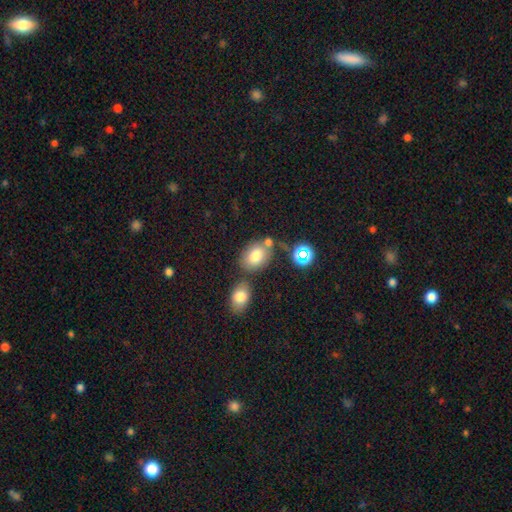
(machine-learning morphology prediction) A smooth galaxy with no disk features (78%) that is in between round and cigar-shaped (72%).

Vote fractions:
- Smooth or featured? smooth: 78% / featured or disk: 12% / star or artifact: 11%
- How rounded? in between: 72% / round: 26% / cigar-shaped: 1%
- Merging? none: 59% / merger: 22% / minor disturbance: 14% / major disturbance: 5%